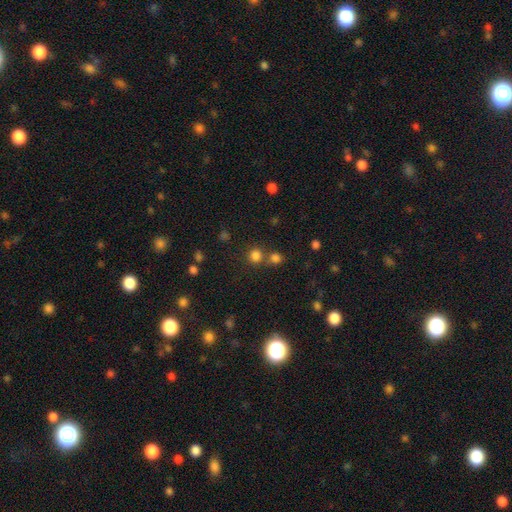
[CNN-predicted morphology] Q: Smooth or featured?
A: smooth (77%); runner-up: star or artifact (17%)
Q: How rounded?
A: round (90%); runner-up: in between (9%)
Q: Merging?
A: none (65%); runner-up: merger (25%)